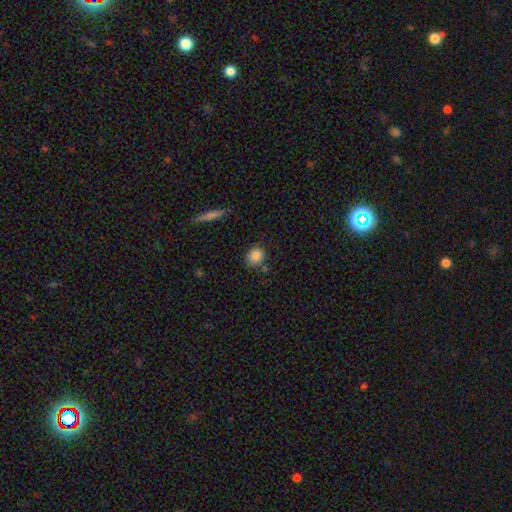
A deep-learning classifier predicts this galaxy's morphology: A smooth galaxy with no disk features (85%) that is round (76%). Merging: none (78%).